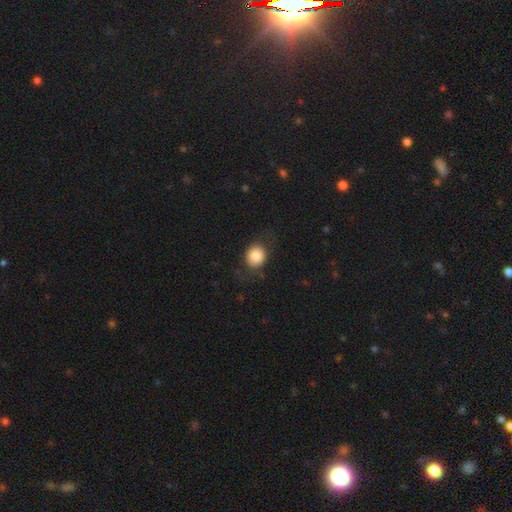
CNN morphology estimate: smooth 80%, featured or disk 12%, star or artifact 8%. Down the decision tree: how rounded — round (67%); merging — none (73%).